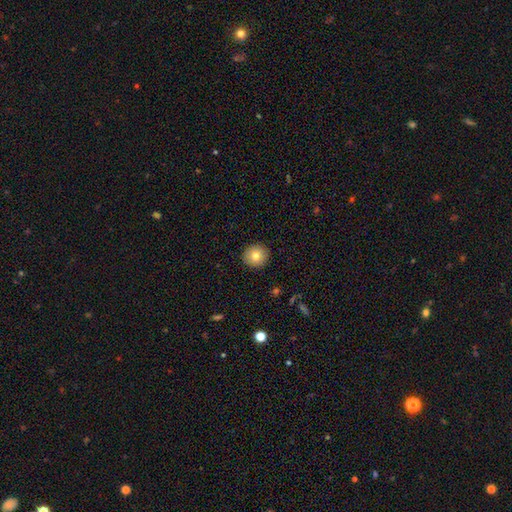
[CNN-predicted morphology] Overall: smooth (79%). How rounded: round (93%). Merging: none (92%).